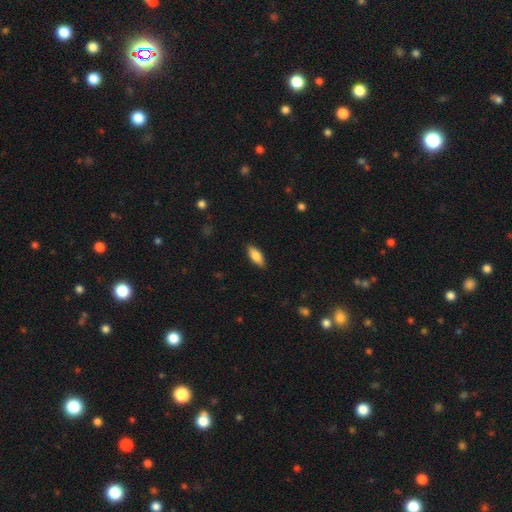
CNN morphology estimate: Overall: smooth (80%). How rounded: in between (76%). Merging: none (88%).